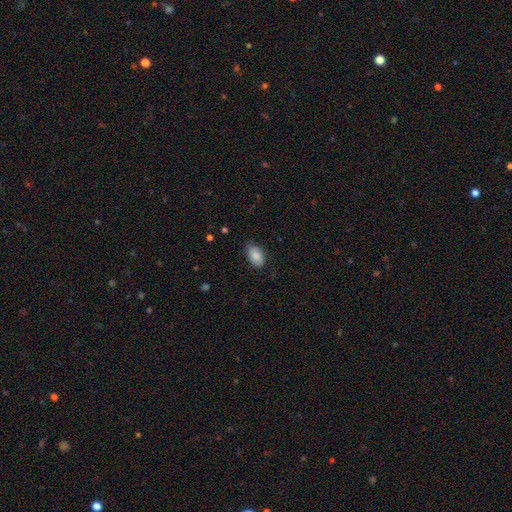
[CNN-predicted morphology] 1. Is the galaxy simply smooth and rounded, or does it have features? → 86% smooth, 7% featured or disk, 7% star or artifact.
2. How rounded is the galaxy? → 92% in between, 6% round, 2% cigar-shaped.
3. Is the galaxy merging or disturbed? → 79% none, 17% minor disturbance, 3% major disturbance, 1% merger.